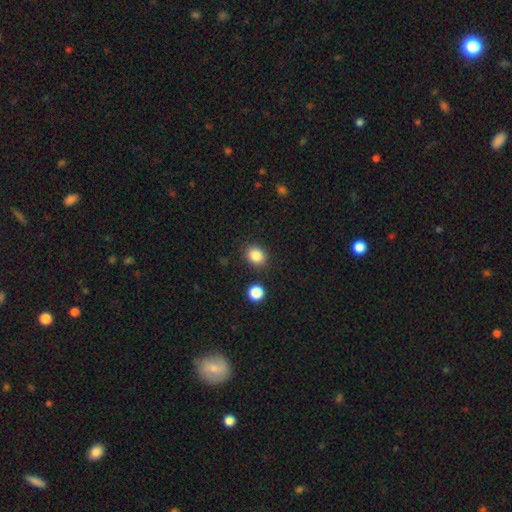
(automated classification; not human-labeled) Smooth or featured? Predicted: smooth (p=0.85). How rounded? Predicted: round (p=0.64). Merging? Predicted: none (p=0.85).